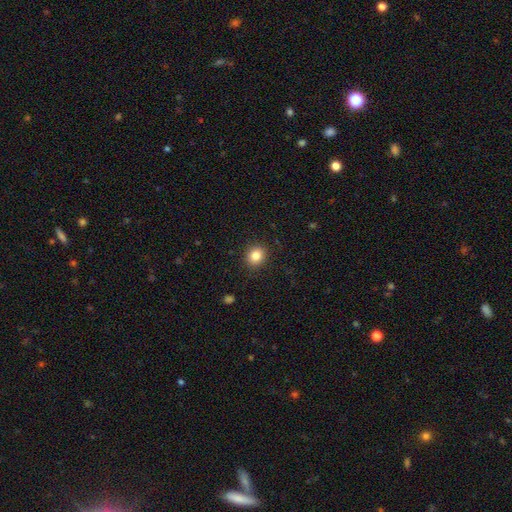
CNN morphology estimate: This is clearly a smooth galaxy (84%). How rounded: likely round (79%). Merging: clearly none (90%).